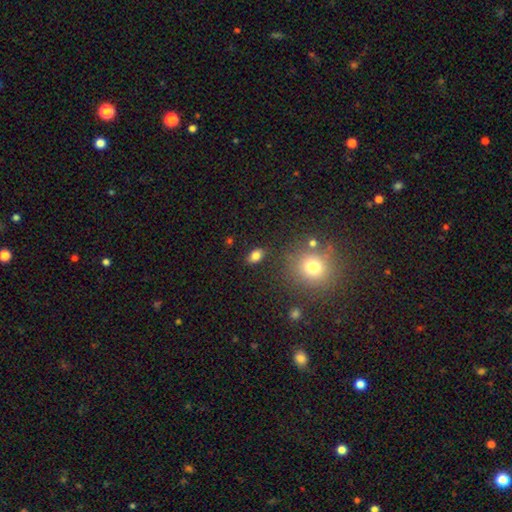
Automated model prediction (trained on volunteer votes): Overall: smooth (81%). How rounded: in between (84%). Merging: none (82%).